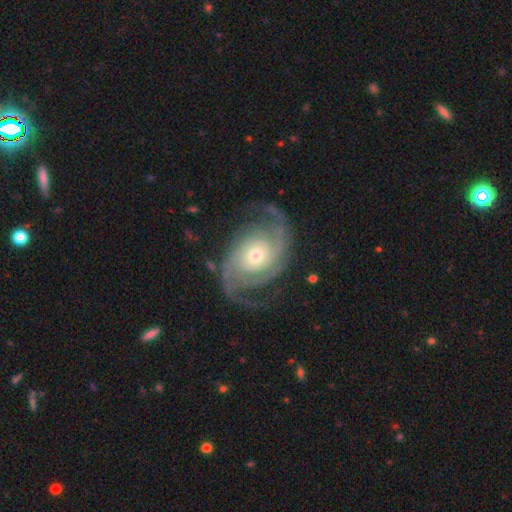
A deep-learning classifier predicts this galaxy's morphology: Smooth or featured?
  - featured or disk: 92% *
  - star or artifact: 4%
  - smooth: 3%
Edge-on disk?
  - no: 98% *
  - yes: 2%
Bar?
  - no: 72% *
  - weak: 20%
  - strong: 7%
Spiral arms?
  - yes: 98% *
  - no: 2%
Spiral winding?
  - medium: 48% *
  - tight: 37%
  - loose: 15%
Spiral arm count?
  - 2: 81% *
  - 3: 8%
  - can't tell: 4%
  - 4: 3%
  - 1: 2%
  - more than 4: 2%
Bulge size?
  - moderate: 54% *
  - small: 39%
  - large: 5%
  - dominant: 1%
  - none: 1%
Merging?
  - none: 76% *
  - minor disturbance: 15%
  - major disturbance: 8%
  - merger: 1%